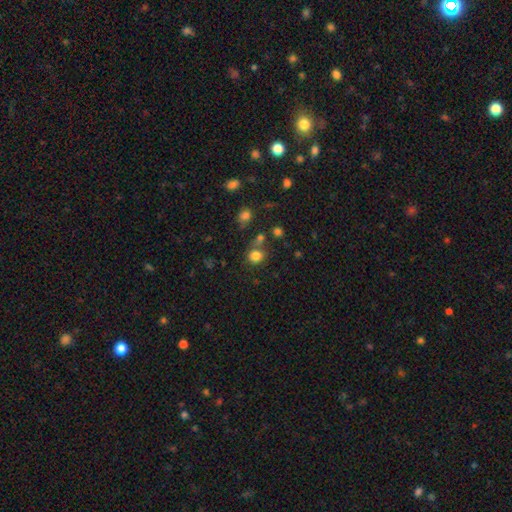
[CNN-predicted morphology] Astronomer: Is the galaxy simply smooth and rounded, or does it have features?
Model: smooth — 80%.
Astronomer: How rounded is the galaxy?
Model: round — 78%.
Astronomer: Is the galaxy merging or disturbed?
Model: none — 65%.